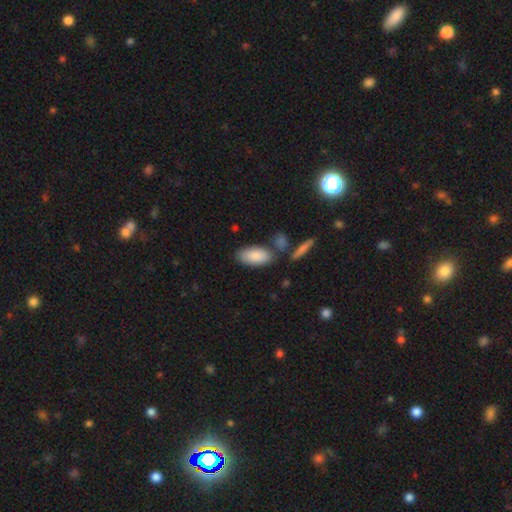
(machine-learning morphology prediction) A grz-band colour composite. It shows a smooth galaxy with no disk features (86%) that is in between round and cigar-shaped (91%). Merging: none (69%).